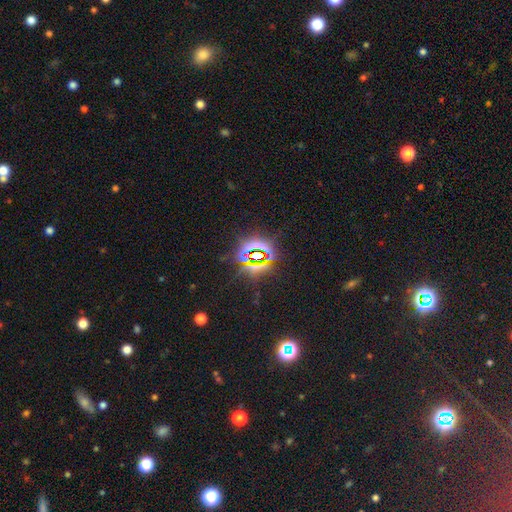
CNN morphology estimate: This is clearly a star or artifact rather than a galaxy (81%).